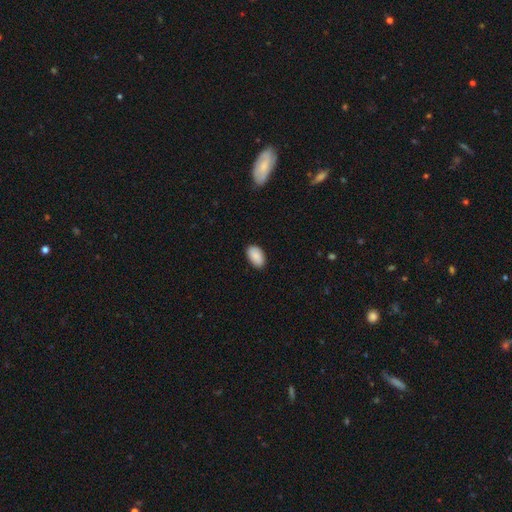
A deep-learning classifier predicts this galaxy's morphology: smooth-or-featured: smooth: 90% | star or artifact: 6% | featured or disk: 4%
  how-rounded: in between: 94% | round: 4% | cigar-shaped: 1%
  merging: none: 87% | minor disturbance: 10% | major disturbance: 2% | merger: 1%